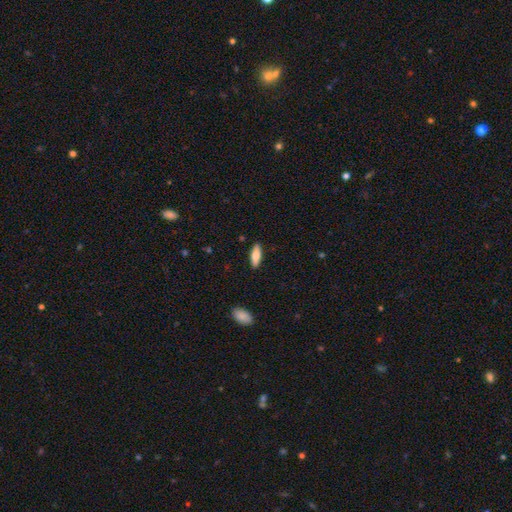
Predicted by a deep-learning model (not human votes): smooth 74%, featured or disk 20%, star or artifact 6%. Down the decision tree: how rounded — in between (60%); merging — none (89%).